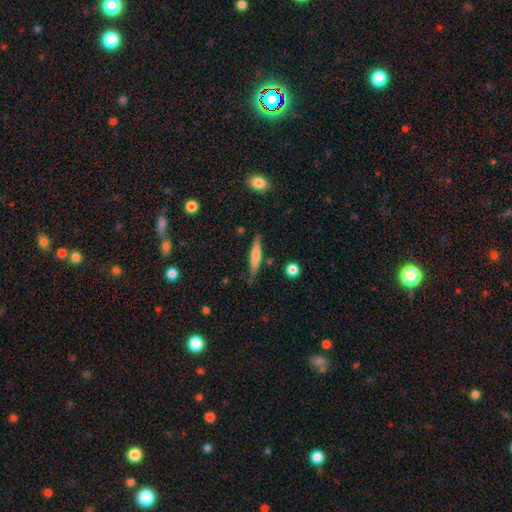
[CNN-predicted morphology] Q: Smooth or featured?
A: smooth (66%); runner-up: featured or disk (29%)
Q: How rounded?
A: cigar-shaped (89%); runner-up: in between (10%)
Q: Merging?
A: none (77%); runner-up: minor disturbance (17%)